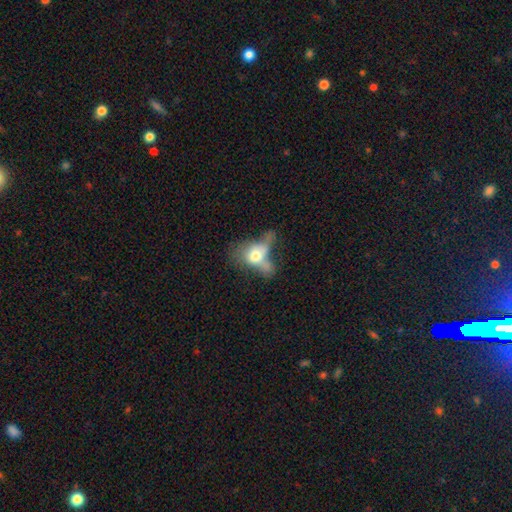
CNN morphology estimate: smooth_or_featured: smooth (p=0.58) [alt: featured or disk p=0.32]
how_rounded: in between (p=0.70) [alt: round p=0.25]
merging: major disturbance (p=0.35) [alt: merger p=0.33]